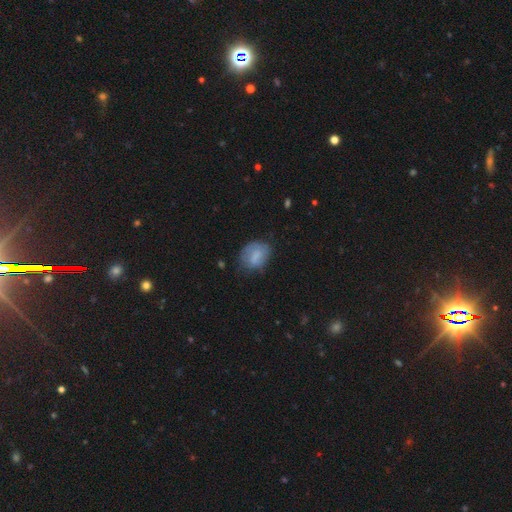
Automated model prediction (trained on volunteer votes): Smooth or featured? Predicted: smooth (p=0.71). How rounded? Predicted: in between (p=0.62). Merging? Predicted: none (p=0.56).